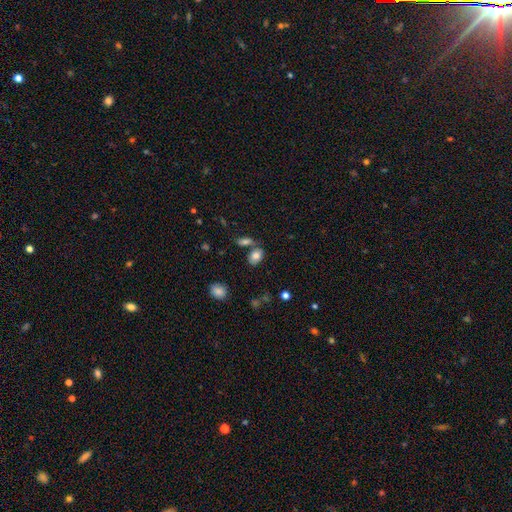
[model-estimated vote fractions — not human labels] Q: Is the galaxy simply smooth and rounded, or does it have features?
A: smooth — 79%.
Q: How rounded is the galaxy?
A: in between — 83%.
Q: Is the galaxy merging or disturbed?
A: none — 58%.